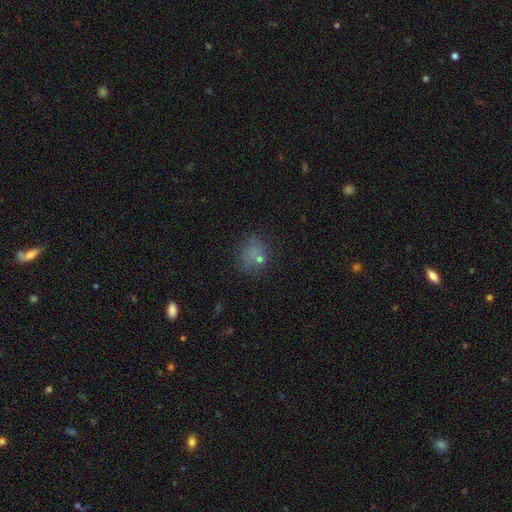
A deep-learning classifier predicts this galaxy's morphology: Smooth or featured?
  - smooth: 67% *
  - star or artifact: 20%
  - featured or disk: 12%
How rounded?
  - round: 75% *
  - in between: 24%
  - cigar-shaped: 1%
Merging?
  - none: 64% *
  - minor disturbance: 20%
  - major disturbance: 10%
  - merger: 6%